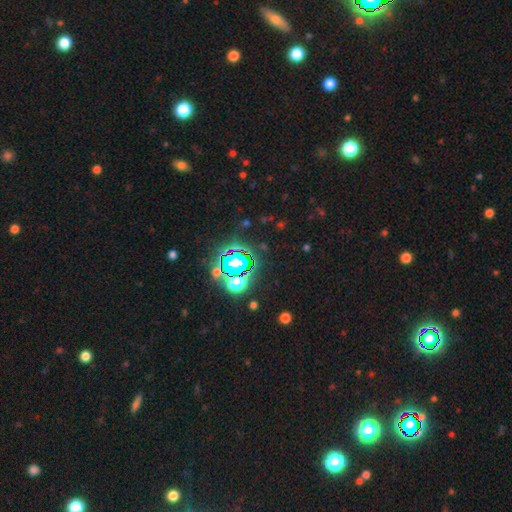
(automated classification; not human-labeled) star or artifact 82%, smooth 11%, featured or disk 7%.